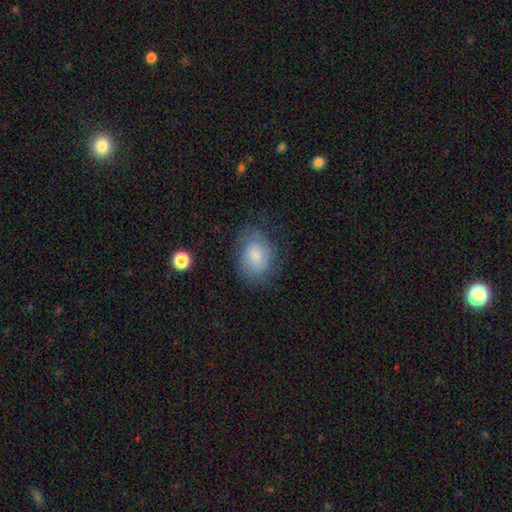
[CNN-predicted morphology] Smooth or featured?
  - smooth: 66% *
  - featured or disk: 26%
  - star or artifact: 8%
How rounded?
  - in between: 69% *
  - round: 30%
  - cigar-shaped: 1%
Merging?
  - none: 64% *
  - minor disturbance: 24%
  - major disturbance: 11%
  - merger: 2%